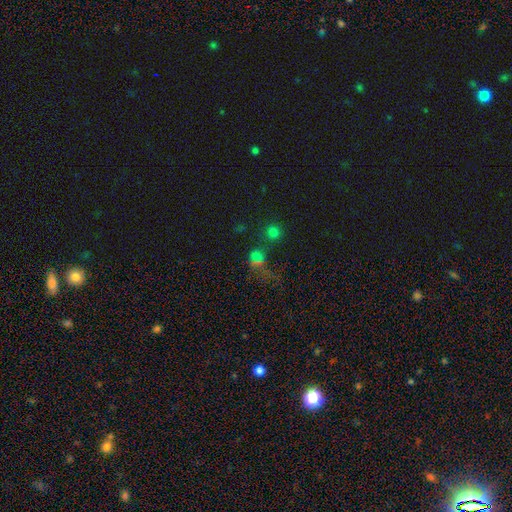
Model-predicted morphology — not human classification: Smooth or featured? star or artifact (43%)